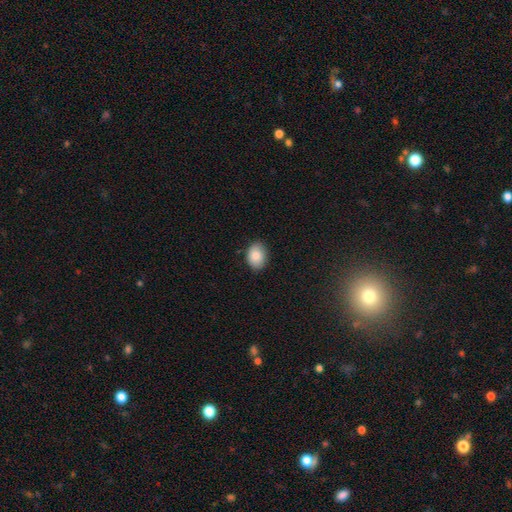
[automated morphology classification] Smooth or featured: smooth — 87% (star or artifact — 7%)
How rounded: in between — 75% (round — 24%)
Merging: none — 85% (minor disturbance — 12%)